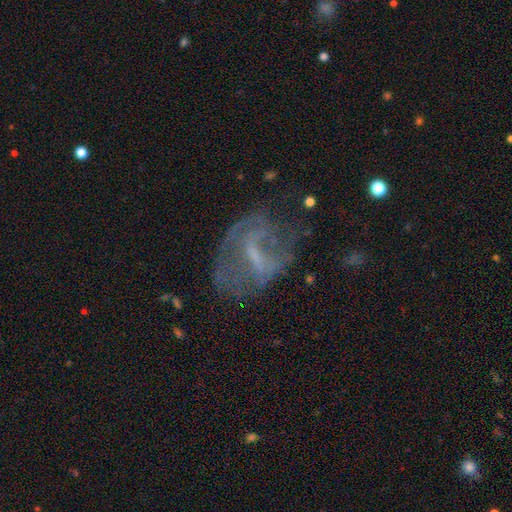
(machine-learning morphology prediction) Overall: featured or disk (67%). Edge-on disk: no (95%). Bar: weak (46%; no 29%). Spiral arms: yes (57%; no 43%). Bulge size: small (39%; none 35%). Merging: none (46%; major disturbance 29%).